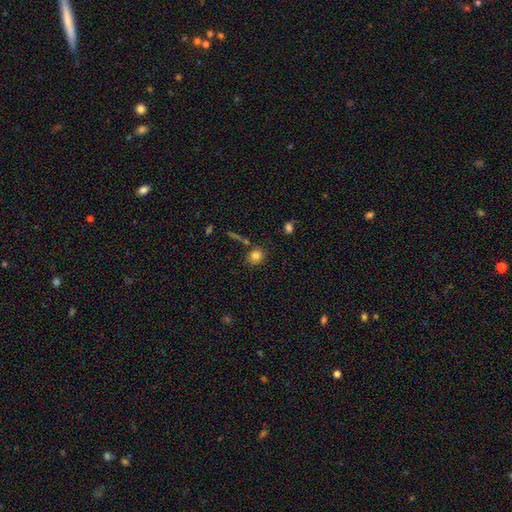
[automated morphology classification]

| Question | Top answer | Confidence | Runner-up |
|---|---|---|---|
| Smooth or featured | smooth | 81% | star or artifact (11%) |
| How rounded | round | 74% | in between (25%) |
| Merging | none | 78% | minor disturbance (11%) |